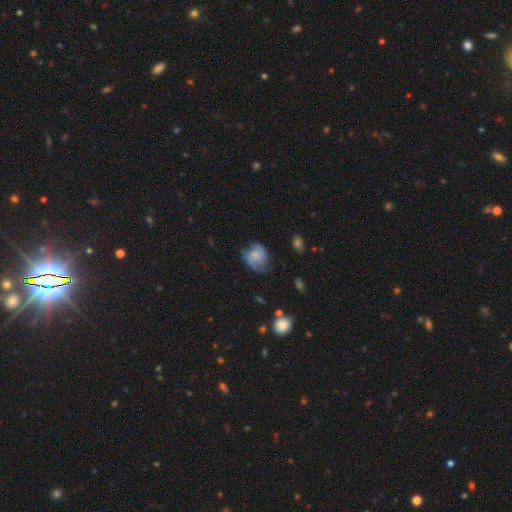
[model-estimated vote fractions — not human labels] smooth_or_featured: featured or disk (p=0.54) [alt: smooth p=0.37]
disk_edge_on: no (p=0.97) [alt: yes p=0.03]
bar: no (p=0.70) [alt: weak p=0.26]
has_spiral_arms: yes (p=0.82) [alt: no p=0.18]
bulge_size: small (p=0.48) [alt: moderate p=0.29]
merging: none (p=0.52) [alt: minor disturbance p=0.29]